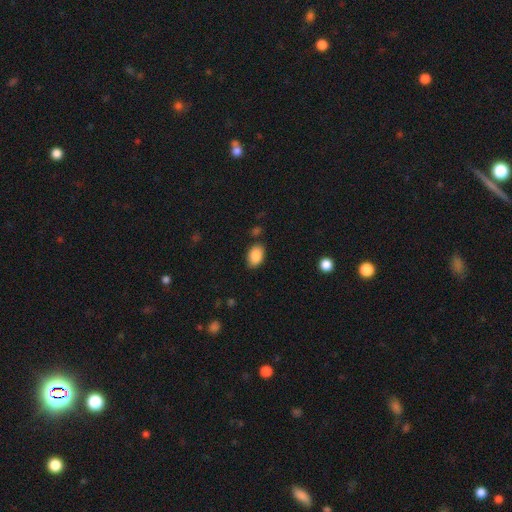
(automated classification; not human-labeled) A smooth galaxy with no disk features (89%) that is in between round and cigar-shaped (87%).

Vote fractions:
- Smooth or featured? smooth: 89% / star or artifact: 7% / featured or disk: 4%
- How rounded? in between: 87% / round: 11% / cigar-shaped: 1%
- Merging? none: 82% / minor disturbance: 13% / major disturbance: 3% / merger: 2%